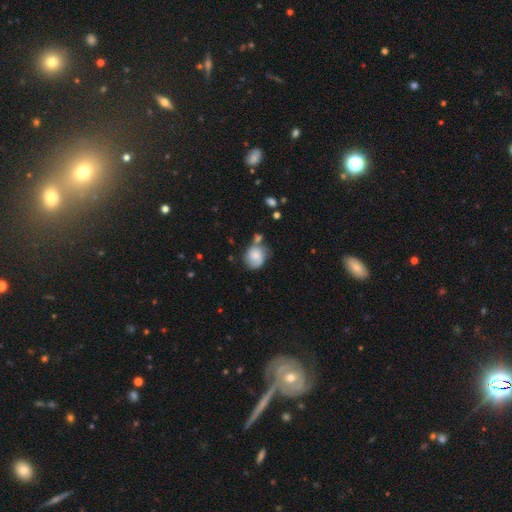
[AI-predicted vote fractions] This is likely a smooth galaxy (65%). How rounded: likely round (69%). Merging: possibly none (50%).